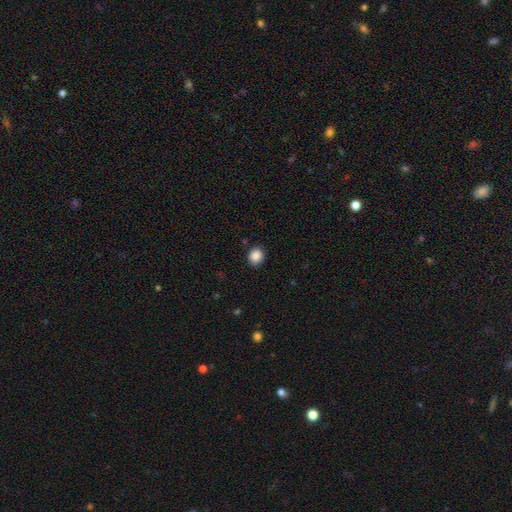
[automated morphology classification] A smooth galaxy with no disk features (88%) that is round (80%).

Vote fractions:
- Smooth or featured? smooth: 88% / star or artifact: 10% / featured or disk: 3%
- How rounded? round: 80% / in between: 19% / cigar-shaped: 1%
- Merging? none: 88% / minor disturbance: 8% / major disturbance: 2% / merger: 1%